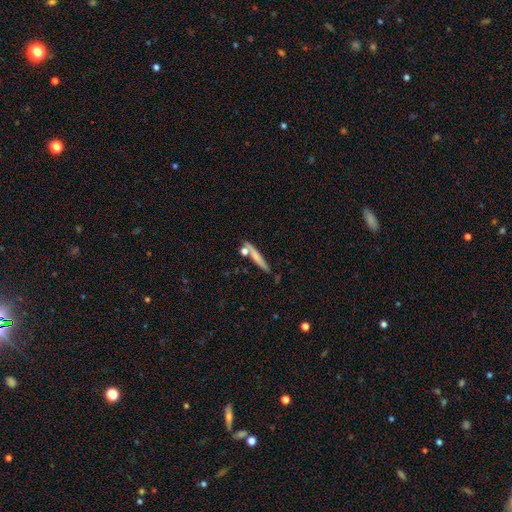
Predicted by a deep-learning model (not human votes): Overall: smooth (65%; featured or disk 28%). How rounded: cigar-shaped (91%). Merging: none (69%).